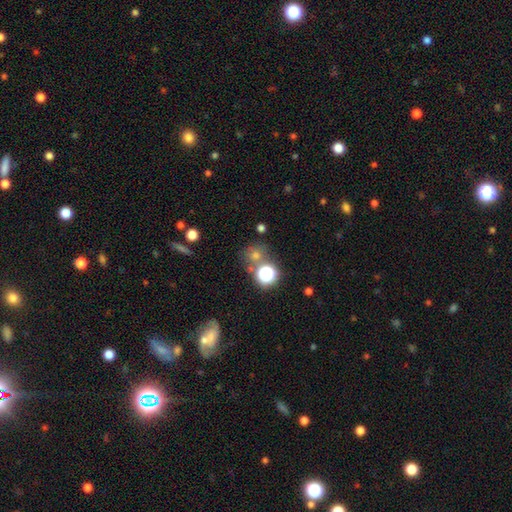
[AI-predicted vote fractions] Q: Smooth or featured?
A: smooth (46%); runner-up: star or artifact (42%)
Q: Merging?
A: none (69%); runner-up: merger (16%)